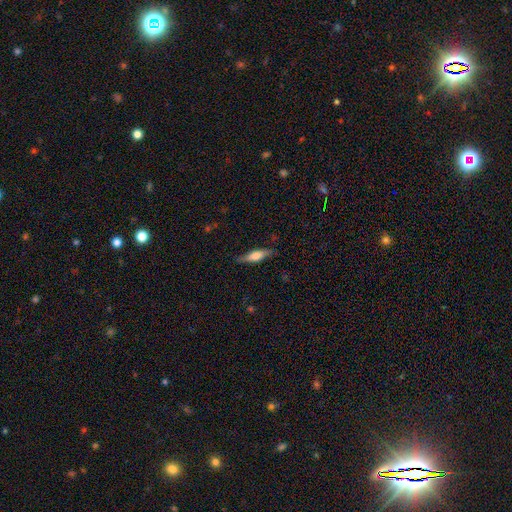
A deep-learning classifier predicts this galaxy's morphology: smooth 56%, featured or disk 38%, star or artifact 6%. Down the decision tree: how rounded — cigar-shaped (66%); merging — none (80%).